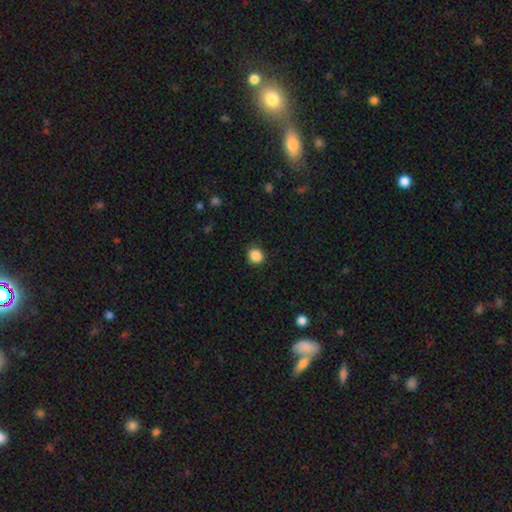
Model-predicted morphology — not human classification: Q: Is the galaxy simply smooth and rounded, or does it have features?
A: smooth — 87%.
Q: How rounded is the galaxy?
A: round — 85%.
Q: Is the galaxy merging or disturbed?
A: none — 89%.